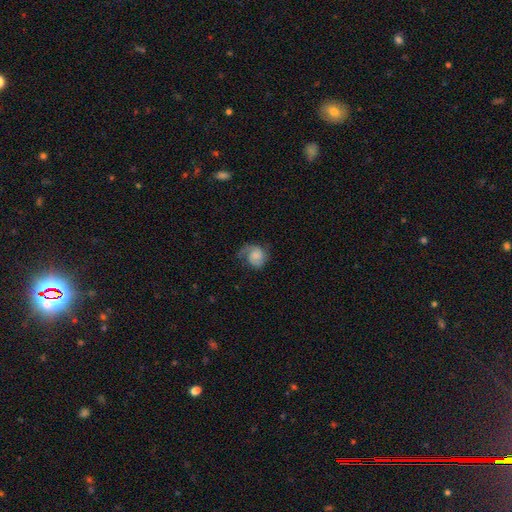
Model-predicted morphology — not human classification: The model was most divided on "smooth or featured": featured or disk: 53%, smooth: 38%, star or artifact: 8%. Remaining: edge-on disk — no (98%); spiral arms — yes (90%); bar — no (64%); merging — none (50%); bulge size — none (40%).